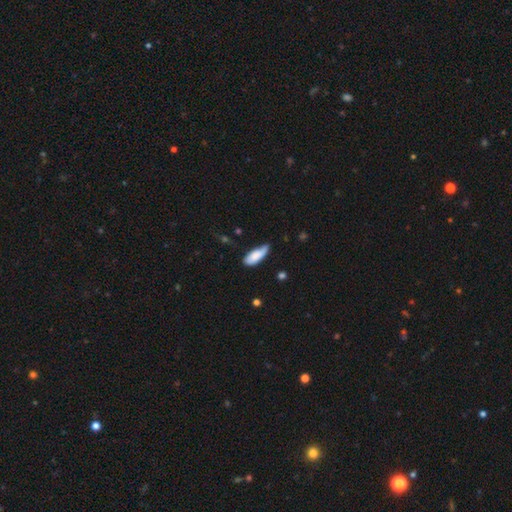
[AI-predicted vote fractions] Overall: smooth (81%). How rounded: in between (75%). Merging: none (48%; minor disturbance 39%).